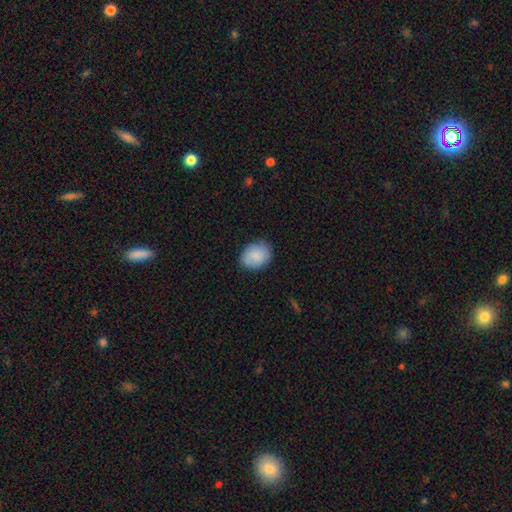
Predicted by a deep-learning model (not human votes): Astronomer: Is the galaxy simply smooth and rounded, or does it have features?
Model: smooth — 87%.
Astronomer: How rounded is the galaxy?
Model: in between — 58% (runner-up: round, 41%).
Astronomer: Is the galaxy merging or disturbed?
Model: none — 83%.